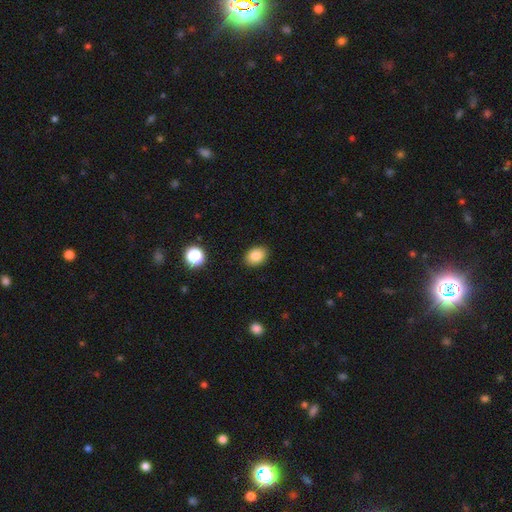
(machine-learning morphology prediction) type=smooth (85%); roundness=in between (74%); merging=none (89%).